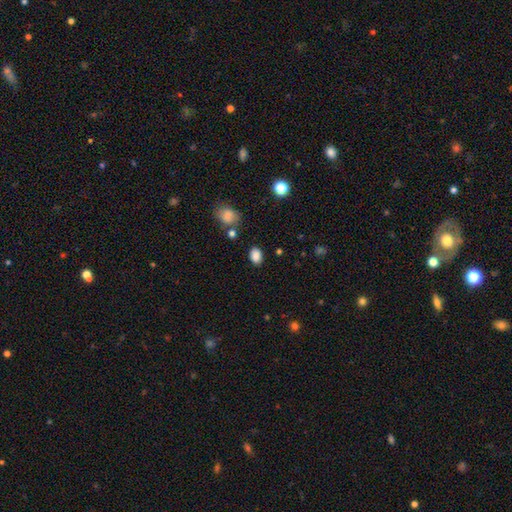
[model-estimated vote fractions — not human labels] Smooth or featured? Predicted: smooth (p=0.86). How rounded? Predicted: in between (p=0.77). Merging? Predicted: none (p=0.82).